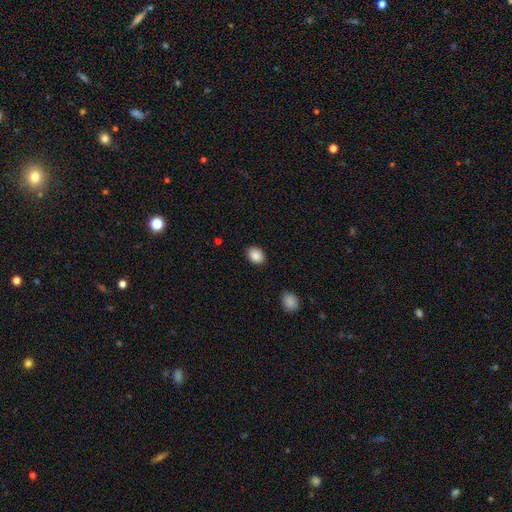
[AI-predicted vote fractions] A smooth galaxy with no disk features (89%) that is in between round and cigar-shaped (64%).

Vote fractions:
- Smooth or featured? smooth: 89% / star or artifact: 8% / featured or disk: 3%
- How rounded? in between: 64% / round: 35% / cigar-shaped: 1%
- Merging? none: 88% / minor disturbance: 9% / major disturbance: 2% / merger: 1%